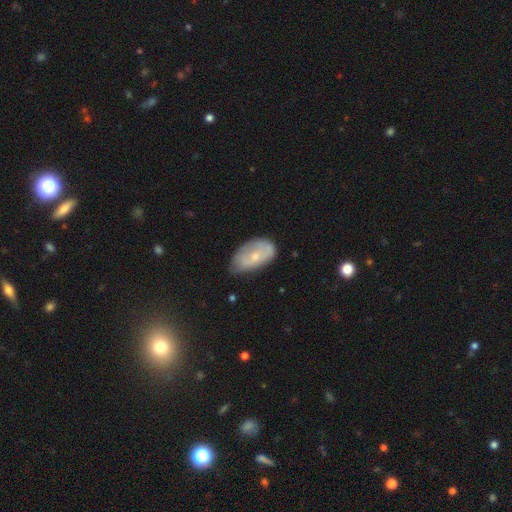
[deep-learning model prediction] smooth 54%, featured or disk 39%, star or artifact 7%. Down the decision tree: how rounded — in between (93%); merging — none (43%).